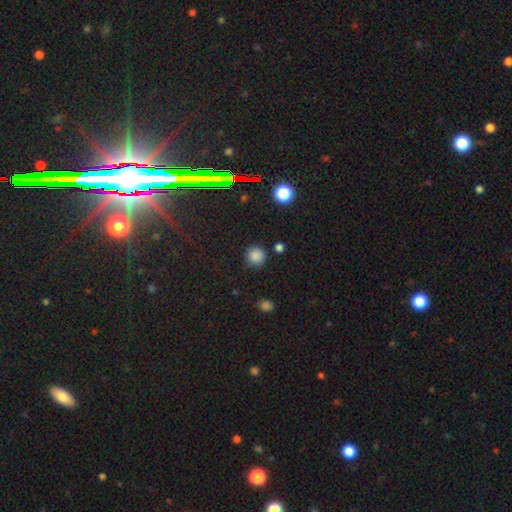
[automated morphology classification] Smooth or featured? smooth (82%)
How rounded? round (94%)
Merging? none (86%)